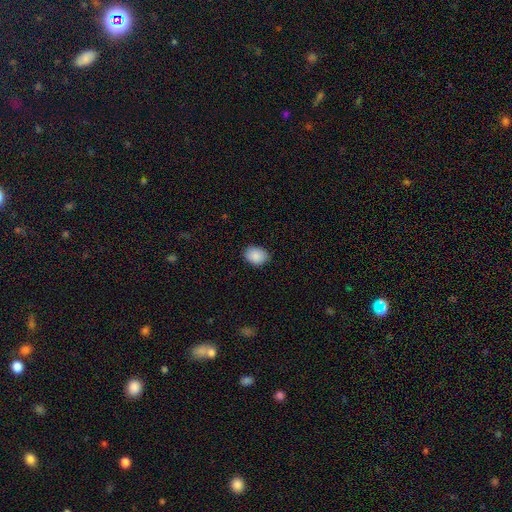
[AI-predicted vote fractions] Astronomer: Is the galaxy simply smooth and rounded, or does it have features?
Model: smooth — 89%.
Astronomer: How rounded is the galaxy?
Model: in between — 68%.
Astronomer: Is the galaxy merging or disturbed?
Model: none — 85%.